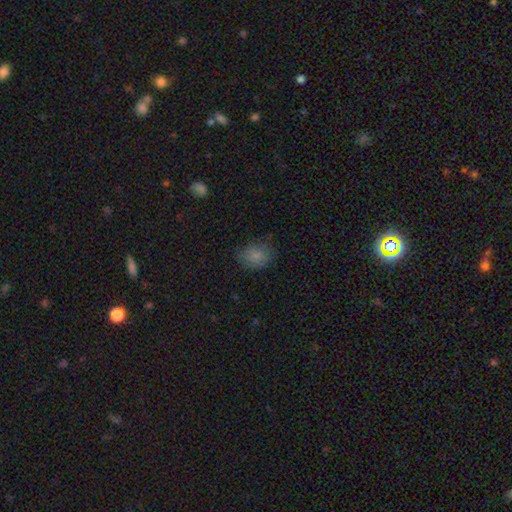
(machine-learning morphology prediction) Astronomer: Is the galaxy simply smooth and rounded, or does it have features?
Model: smooth — 82%.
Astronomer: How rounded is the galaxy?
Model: round — 50% (runner-up: in between, 49%).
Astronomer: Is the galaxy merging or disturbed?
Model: none — 76%.